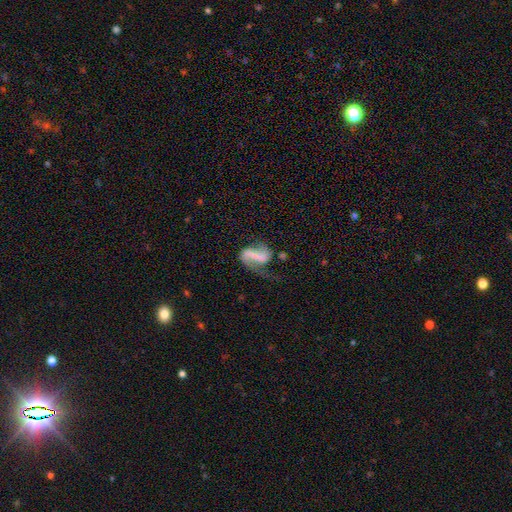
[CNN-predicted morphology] Smooth or featured? Predicted: featured or disk (p=0.66). Edge-on disk? Predicted: no (p=0.96). Bar? Predicted: strong (p=0.54). Spiral arms? Predicted: yes (p=0.79). Bulge size? Predicted: none (p=0.65). Merging? Predicted: major disturbance (p=0.39).